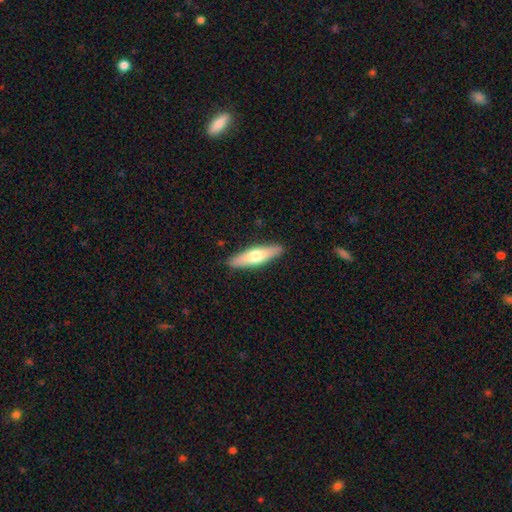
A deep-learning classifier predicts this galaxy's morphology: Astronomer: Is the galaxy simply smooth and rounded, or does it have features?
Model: smooth — 60%.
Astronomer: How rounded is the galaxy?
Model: cigar-shaped — 67%.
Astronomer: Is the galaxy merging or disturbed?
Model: none — 89%.